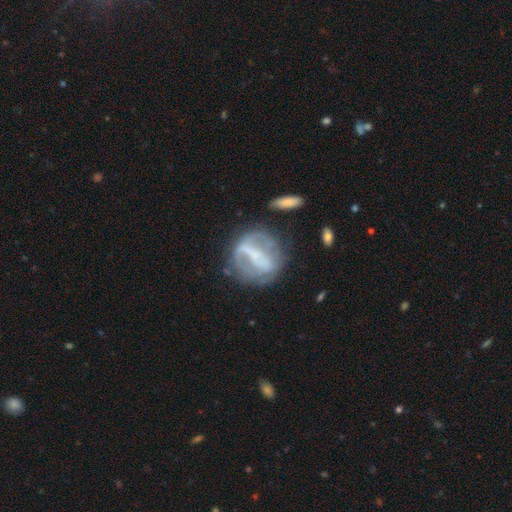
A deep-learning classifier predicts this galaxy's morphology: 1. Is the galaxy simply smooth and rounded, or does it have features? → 67% featured or disk, 24% smooth, 9% star or artifact.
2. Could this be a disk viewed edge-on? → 94% no, 6% yes.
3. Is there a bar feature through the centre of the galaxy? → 58% strong, 25% weak, 17% no.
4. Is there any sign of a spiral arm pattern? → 53% no, 47% yes.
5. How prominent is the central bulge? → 45% none, 27% small, 18% moderate, 8% large, 2% dominant.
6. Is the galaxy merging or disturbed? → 57% none, 20% minor disturbance, 18% major disturbance, 5% merger.